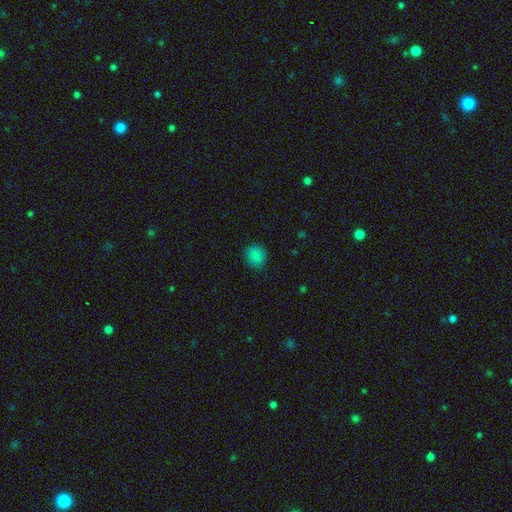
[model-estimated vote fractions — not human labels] Q: Smooth or featured?
A: smooth (84%); runner-up: star or artifact (12%)
Q: How rounded?
A: round (77%); runner-up: in between (22%)
Q: Merging?
A: none (85%); runner-up: minor disturbance (11%)